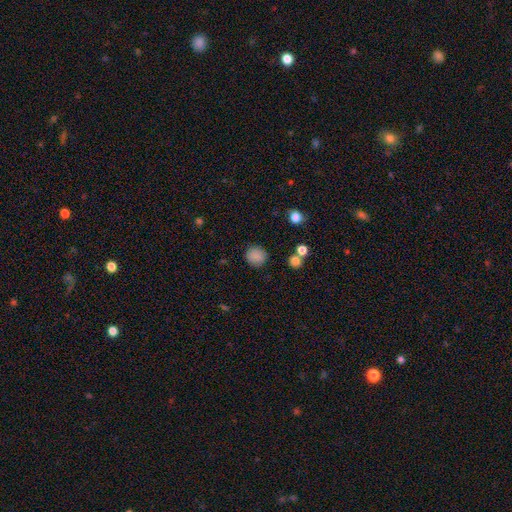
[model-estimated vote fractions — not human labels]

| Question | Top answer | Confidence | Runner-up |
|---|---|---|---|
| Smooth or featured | smooth | 85% | star or artifact (11%) |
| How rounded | round | 88% | in between (11%) |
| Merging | none | 84% | minor disturbance (9%) |